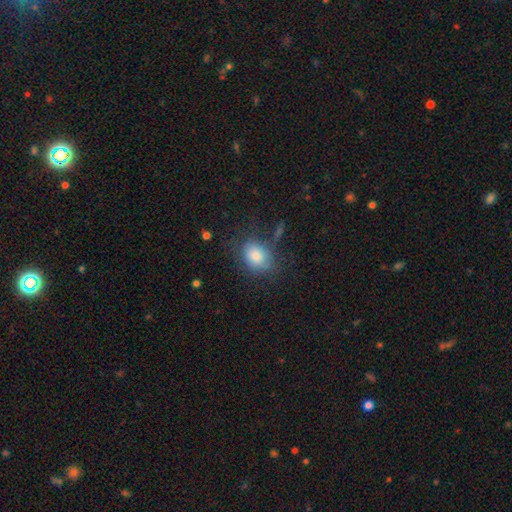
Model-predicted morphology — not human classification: Smooth or featured: smooth — 81% (featured or disk — 10%)
How rounded: in between — 57% (round — 42%)
Merging: none — 67% (minor disturbance — 20%)